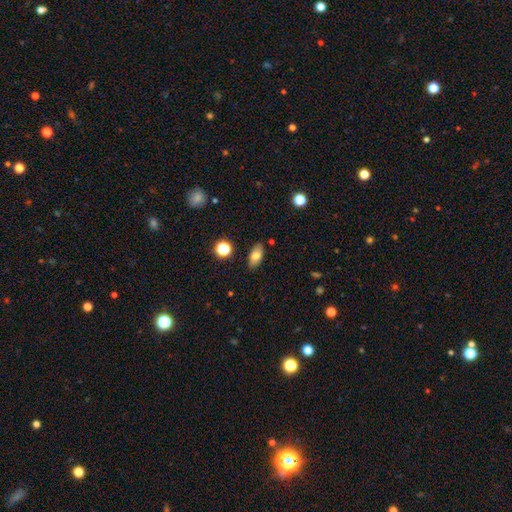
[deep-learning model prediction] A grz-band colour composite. It shows a smooth galaxy with no disk features (76%) that is in between round and cigar-shaped (87%). Merging: none (85%).